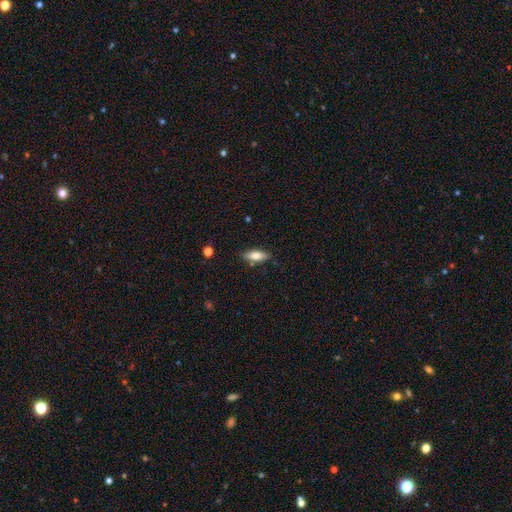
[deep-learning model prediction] Smooth or featured: smooth — 73% (featured or disk — 20%)
How rounded: in between — 68% (cigar-shaped — 30%)
Merging: none — 83% (minor disturbance — 12%)